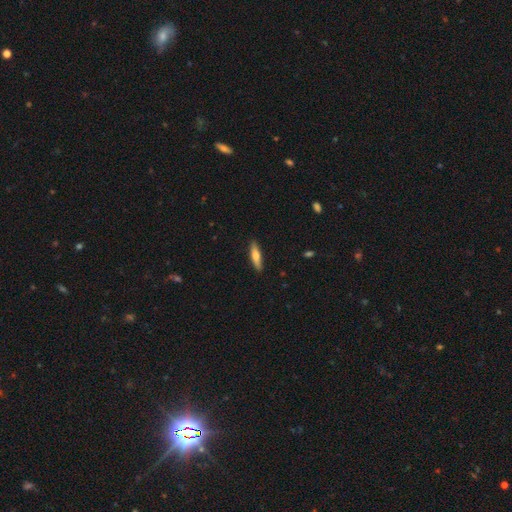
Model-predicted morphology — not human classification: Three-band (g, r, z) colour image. It shows a smooth galaxy with no disk features (63%) that is cigar-shaped (75%). Merging: none (89%).